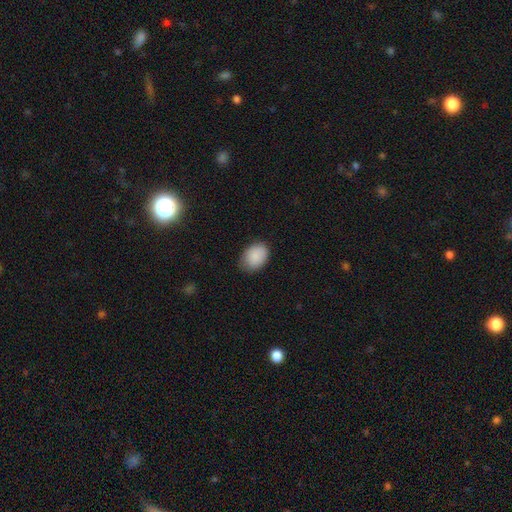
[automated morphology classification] Q: Smooth or featured?
A: smooth (89%); runner-up: star or artifact (7%)
Q: How rounded?
A: in between (75%); runner-up: round (24%)
Q: Merging?
A: none (78%); runner-up: minor disturbance (18%)